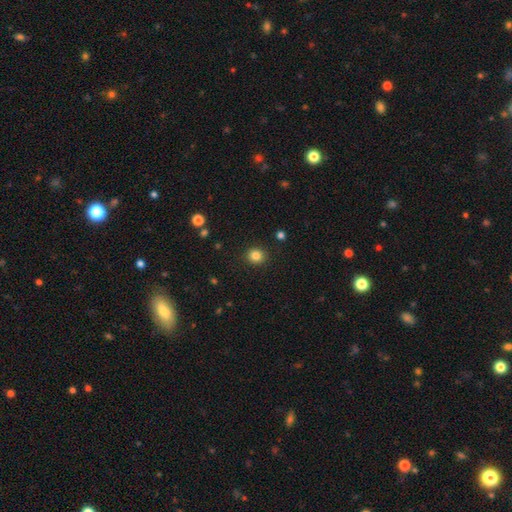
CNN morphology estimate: Q: Smooth or featured?
A: smooth (84%); runner-up: star or artifact (11%)
Q: How rounded?
A: round (87%); runner-up: in between (12%)
Q: Merging?
A: none (91%); runner-up: minor disturbance (6%)